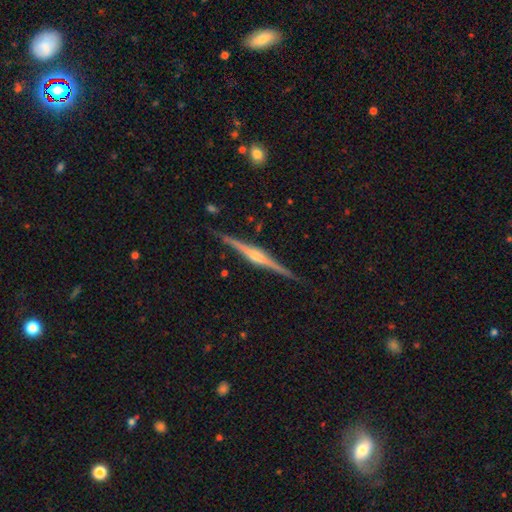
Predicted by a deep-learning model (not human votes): Smooth or featured?
  - featured or disk: 85% *
  - smooth: 10%
  - star or artifact: 5%
Edge-on disk?
  - yes: 98% *
  - no: 2%
Edge-on bulge?
  - rounded: 79% *
  - boxy: 13%
  - none: 8%
Merging?
  - none: 88% *
  - minor disturbance: 9%
  - major disturbance: 2%
  - merger: 1%